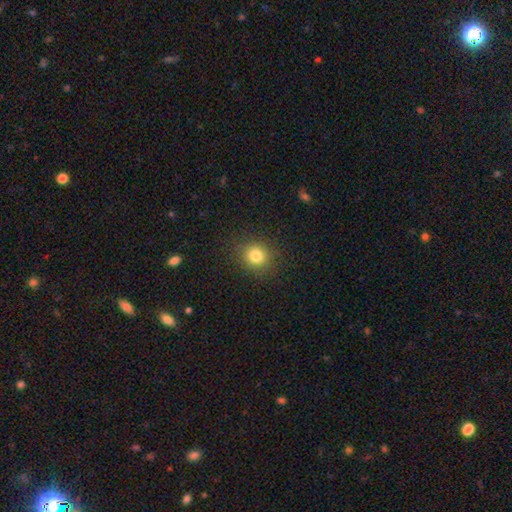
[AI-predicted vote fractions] This appears to be a smooth galaxy with no disk features (81%) that is round (85%). Merging: none (88%).